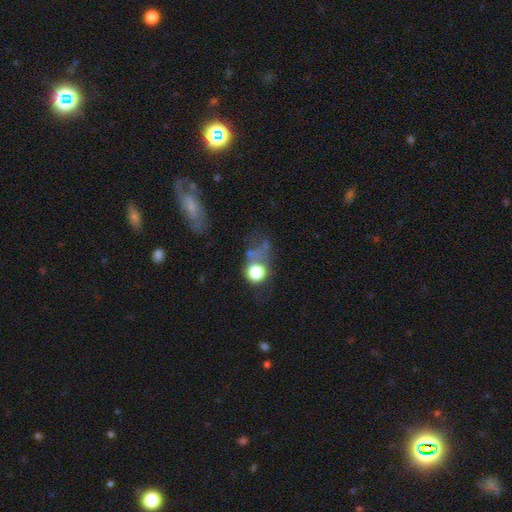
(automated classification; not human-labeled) Q: Smooth or featured?
A: smooth (44%); runner-up: star or artifact (32%)
Q: Merging?
A: none (46%); runner-up: major disturbance (24%)